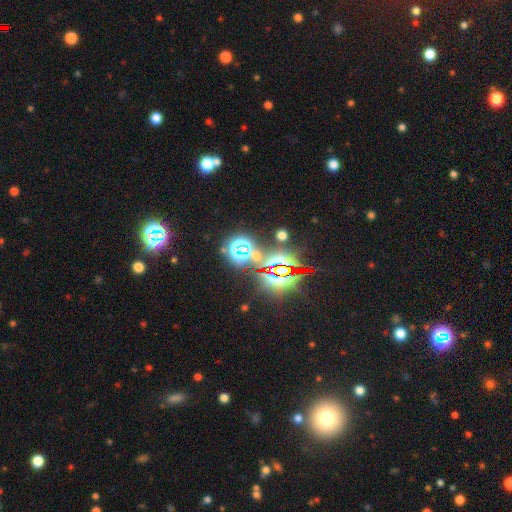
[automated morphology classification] Q: Smooth or featured?
A: star or artifact (78%); runner-up: smooth (14%)